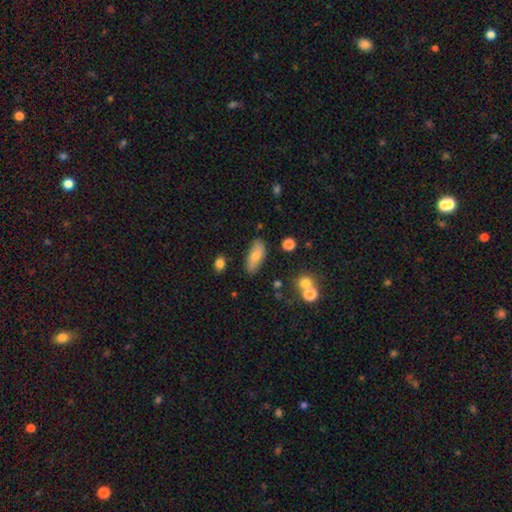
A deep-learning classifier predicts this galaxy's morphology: smooth-or-featured: smooth: 77% | featured or disk: 16% | star or artifact: 7%
  how-rounded: in between: 78% | cigar-shaped: 19% | round: 3%
  merging: none: 79% | minor disturbance: 15% | major disturbance: 3% | merger: 3%